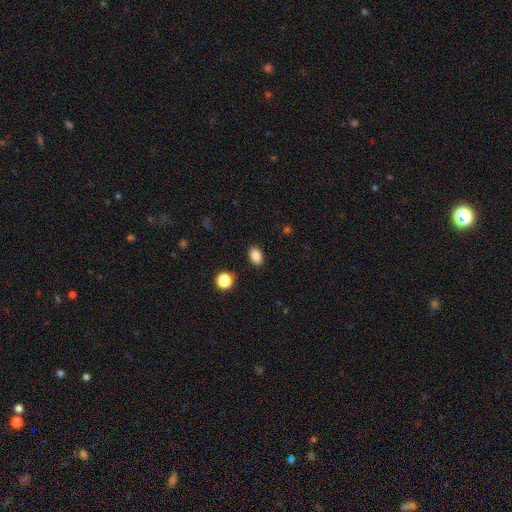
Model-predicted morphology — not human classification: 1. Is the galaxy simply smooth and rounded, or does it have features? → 86% smooth, 10% star or artifact, 4% featured or disk.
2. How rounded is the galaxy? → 82% in between, 17% round, 1% cigar-shaped.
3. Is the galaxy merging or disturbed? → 88% none, 8% minor disturbance, 2% major disturbance, 1% merger.